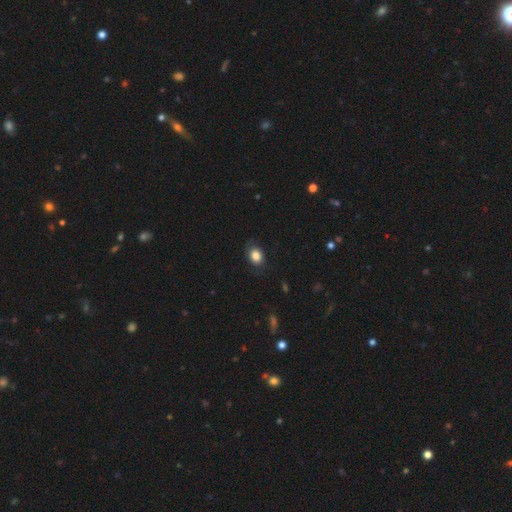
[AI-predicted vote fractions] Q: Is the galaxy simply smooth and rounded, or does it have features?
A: smooth — 81%.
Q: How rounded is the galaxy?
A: in between — 59%.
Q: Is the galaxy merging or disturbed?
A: none — 74%.